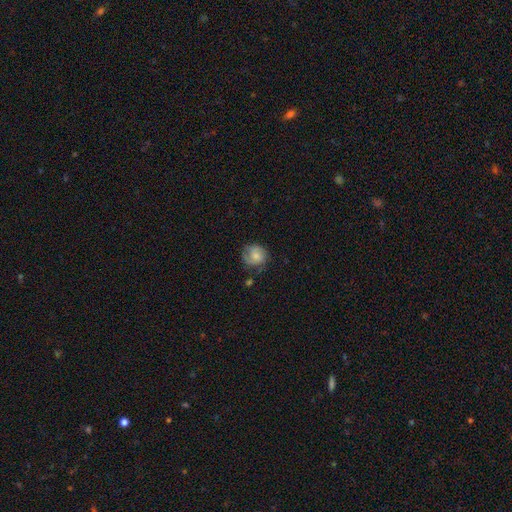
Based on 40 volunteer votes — Morphology: type=featured or disk (65%); edge-on=no (100%); bar=no (77%); spiral arms=yes (96%); winding=tight (60%); arm count=can't tell (36%); bulge=moderate (42%); merging=none (38%).